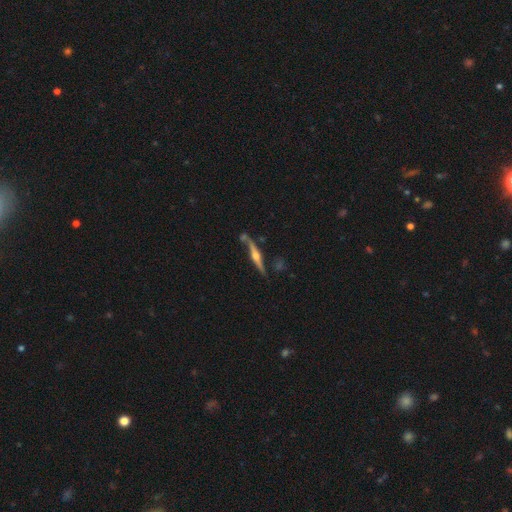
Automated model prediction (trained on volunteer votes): smooth_or_featured: featured or disk (p=0.80) [alt: smooth p=0.15]
disk_edge_on: yes (p=0.96) [alt: no p=0.04]
edge_on_bulge: rounded (p=0.94) [alt: boxy p=0.03]
merging: none (p=0.72) [alt: minor disturbance p=0.15]